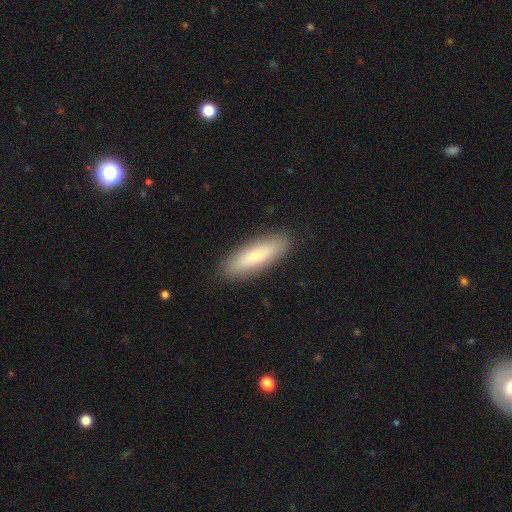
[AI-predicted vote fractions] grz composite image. It shows a smooth galaxy with no disk features (70%) that is cigar-shaped (51%). Merging: none (89%).